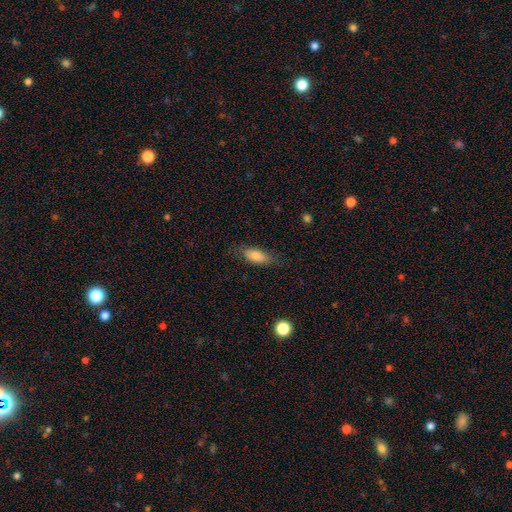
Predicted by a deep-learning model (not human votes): Q: Smooth or featured?
A: smooth (79%); runner-up: featured or disk (14%)
Q: How rounded?
A: in between (75%); runner-up: cigar-shaped (22%)
Q: Merging?
A: none (75%); runner-up: minor disturbance (18%)